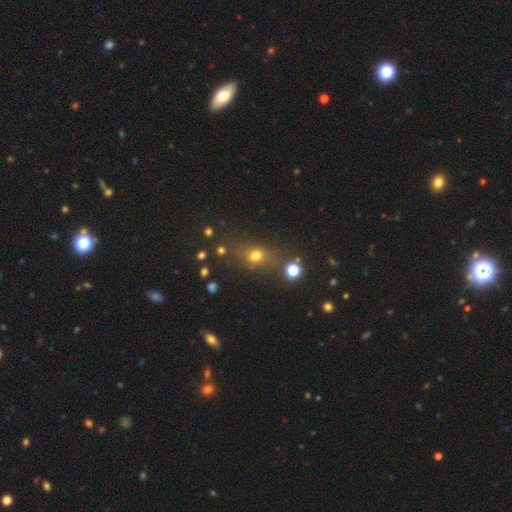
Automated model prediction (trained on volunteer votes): Smooth or featured?
  - smooth: 66% *
  - star or artifact: 22%
  - featured or disk: 12%
How rounded?
  - in between: 49% *
  - round: 45%
  - cigar-shaped: 5%
Merging?
  - none: 68% *
  - minor disturbance: 15%
  - merger: 9%
  - major disturbance: 8%